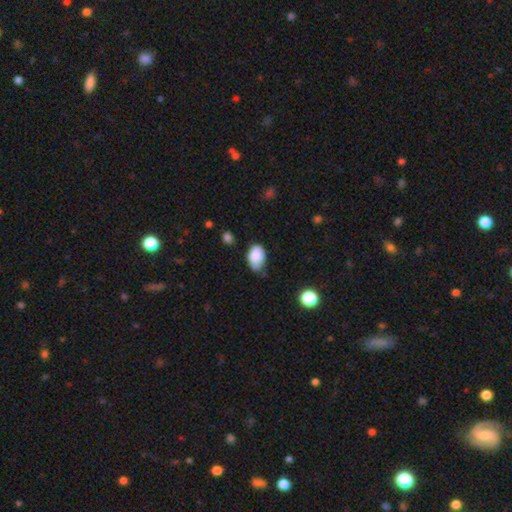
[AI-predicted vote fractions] smooth-or-featured: smooth: 84% | featured or disk: 8% | star or artifact: 8%
  how-rounded: in between: 88% | round: 11% | cigar-shaped: 1%
  merging: none: 51% | minor disturbance: 38% | major disturbance: 7% | merger: 4%